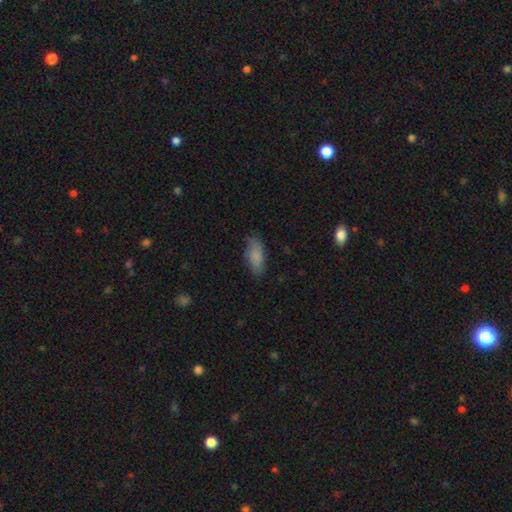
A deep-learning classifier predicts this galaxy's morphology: Smooth or featured? Predicted: smooth (p=0.84). How rounded? Predicted: in between (p=0.76). Merging? Predicted: none (p=0.80).